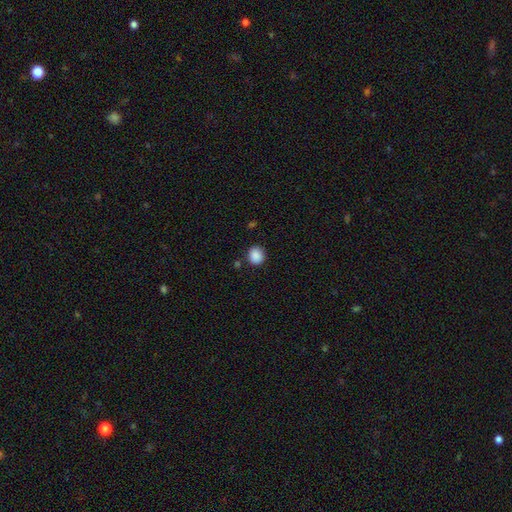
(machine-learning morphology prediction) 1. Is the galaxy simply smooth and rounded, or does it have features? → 88% smooth, 9% star or artifact, 3% featured or disk.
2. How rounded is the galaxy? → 81% round, 18% in between, 1% cigar-shaped.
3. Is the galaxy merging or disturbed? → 84% none, 10% minor disturbance, 3% merger, 3% major disturbance.